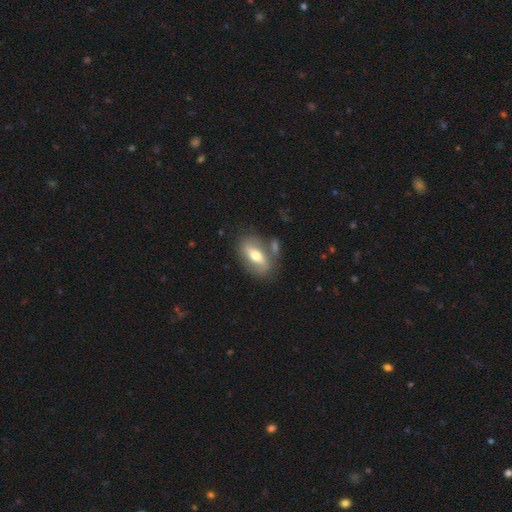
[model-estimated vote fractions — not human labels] Smooth or featured? Predicted: featured or disk (p=0.48). Merging? Predicted: none (p=0.67).